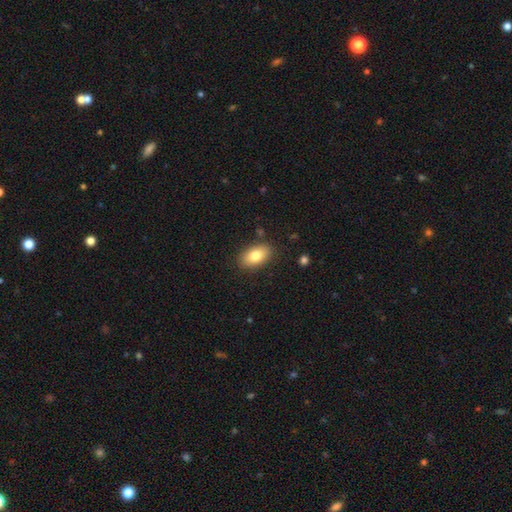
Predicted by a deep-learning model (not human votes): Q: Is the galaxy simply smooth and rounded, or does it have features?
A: smooth — 82%.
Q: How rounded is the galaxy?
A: in between — 91%.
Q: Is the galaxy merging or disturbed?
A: none — 86%.